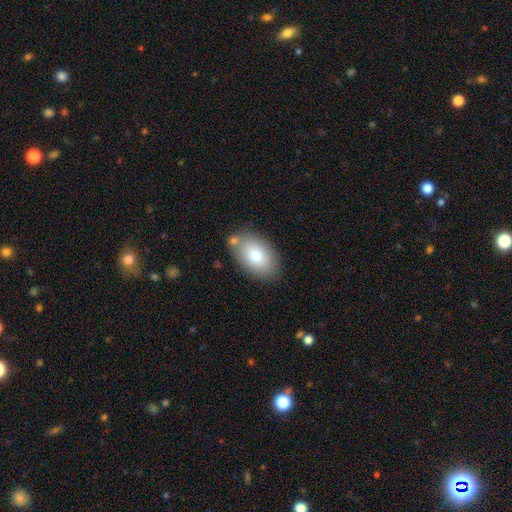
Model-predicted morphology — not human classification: Smooth or featured? smooth (76%)
How rounded? in between (92%)
Merging? none (77%)